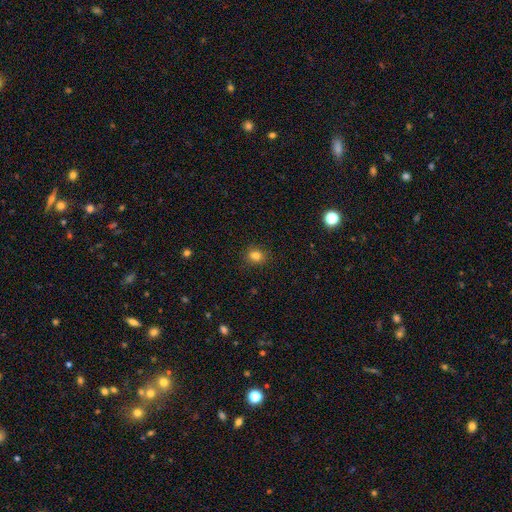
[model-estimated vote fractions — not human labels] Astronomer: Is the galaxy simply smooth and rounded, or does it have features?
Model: smooth — 81%.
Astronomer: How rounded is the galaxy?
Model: round — 52% (runner-up: in between, 47%).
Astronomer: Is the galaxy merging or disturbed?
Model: none — 85%.